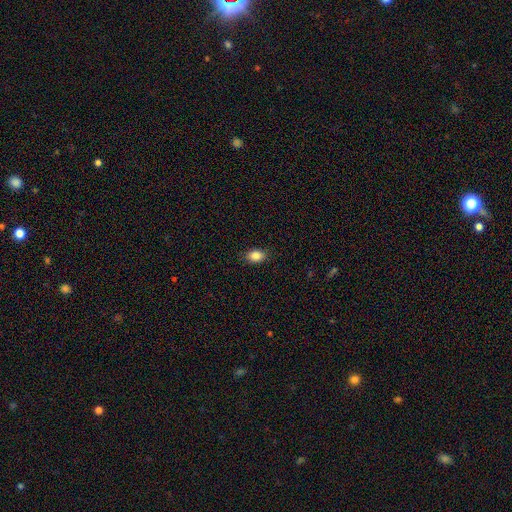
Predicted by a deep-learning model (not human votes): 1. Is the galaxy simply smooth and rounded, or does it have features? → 86% smooth, 9% star or artifact, 5% featured or disk.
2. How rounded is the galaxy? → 81% in between, 18% round, 1% cigar-shaped.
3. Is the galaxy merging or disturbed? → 88% none, 9% minor disturbance, 2% major disturbance, 1% merger.